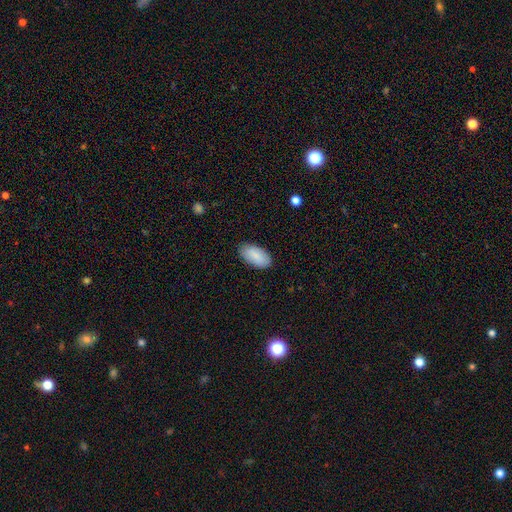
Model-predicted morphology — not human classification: This appears to be a smooth galaxy with no disk features (87%) that is in between round and cigar-shaped (96%). Merging: none (85%).